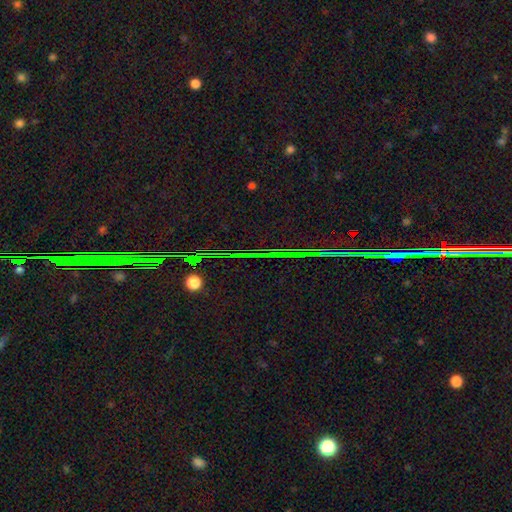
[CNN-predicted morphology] Smooth or featured?
  - star or artifact: 86% *
  - featured or disk: 7%
  - smooth: 7%